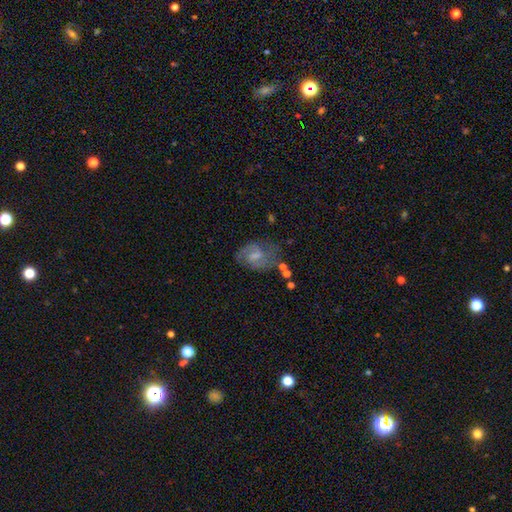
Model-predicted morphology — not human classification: smooth-or-featured: featured or disk: 62% | smooth: 29% | star or artifact: 9%
  disk-edge-on: no: 96% | yes: 4%
    bar: weak: 55% | no: 29% | strong: 15%
    has-spiral-arms: yes: 81% | no: 19%
    bulge-size: small: 38% | moderate: 32% | none: 24% | large: 5% | dominant: 1%
  merging: none: 51% | minor disturbance: 25% | major disturbance: 18% | merger: 6%